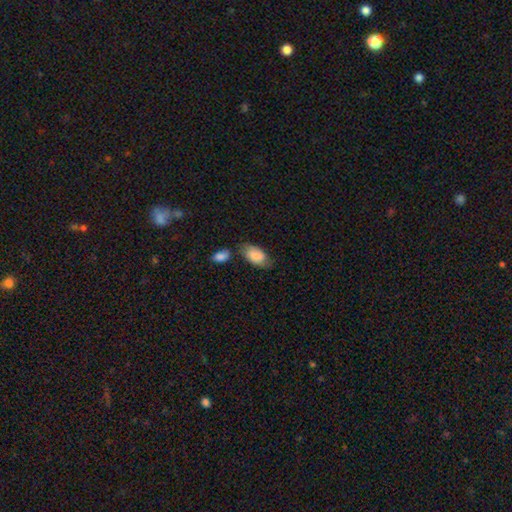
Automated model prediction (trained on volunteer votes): A smooth galaxy with no disk features (83%) that is in between round and cigar-shaped (94%).

Vote fractions:
- Smooth or featured? smooth: 83% / featured or disk: 11% / star or artifact: 6%
- How rounded? in between: 94% / round: 4% / cigar-shaped: 2%
- Merging? none: 60% / minor disturbance: 22% / merger: 12% / major disturbance: 6%